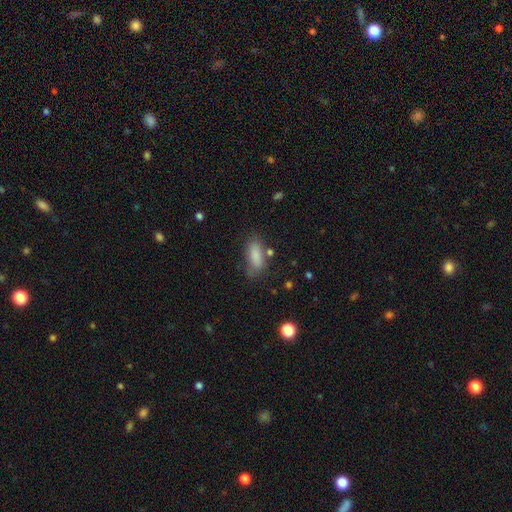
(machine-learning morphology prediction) Smooth or featured: smooth — 84% (featured or disk — 8%)
How rounded: in between — 78% (cigar-shaped — 19%)
Merging: none — 68% (minor disturbance — 20%)